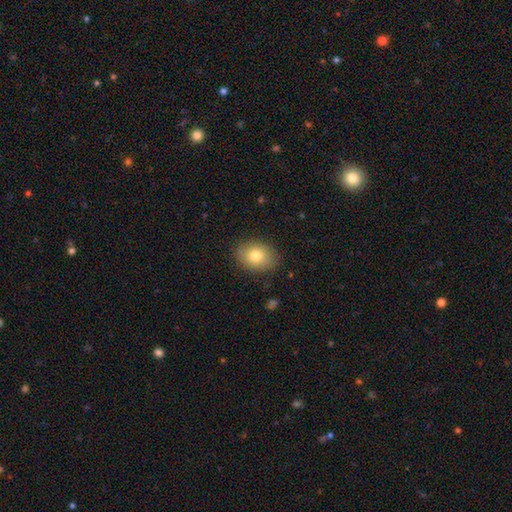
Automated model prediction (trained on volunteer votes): Smooth or featured: smooth — 79% (featured or disk — 12%)
How rounded: in between — 61% (round — 38%)
Merging: none — 85% (minor disturbance — 11%)